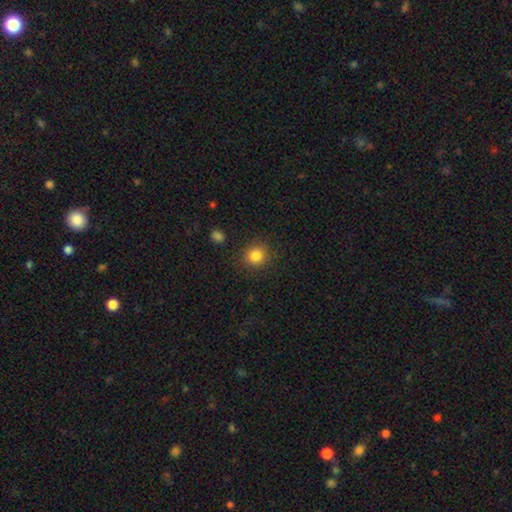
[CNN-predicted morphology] Overall: smooth (84%). How rounded: round (85%). Merging: none (87%).